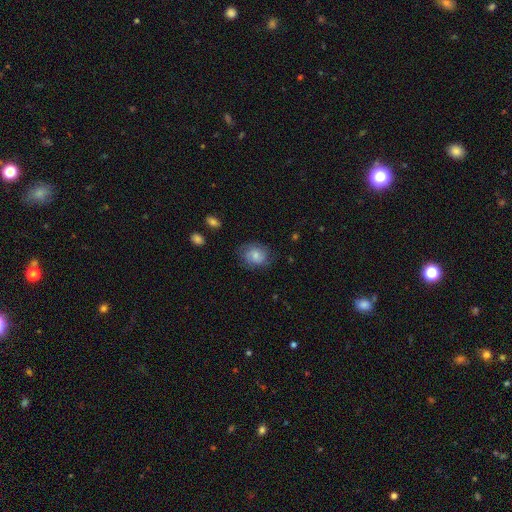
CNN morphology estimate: type=smooth (53%); roundness=round (63%); merging=none (71%).